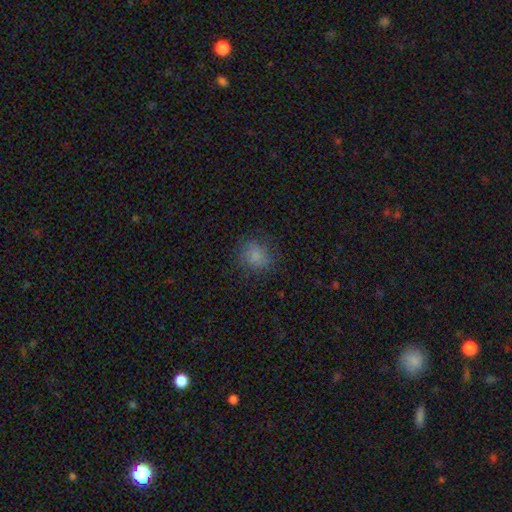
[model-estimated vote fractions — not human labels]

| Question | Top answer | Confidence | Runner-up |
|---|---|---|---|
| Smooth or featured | smooth | 80% | star or artifact (12%) |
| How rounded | round | 72% | in between (27%) |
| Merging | none | 77% | minor disturbance (15%) |